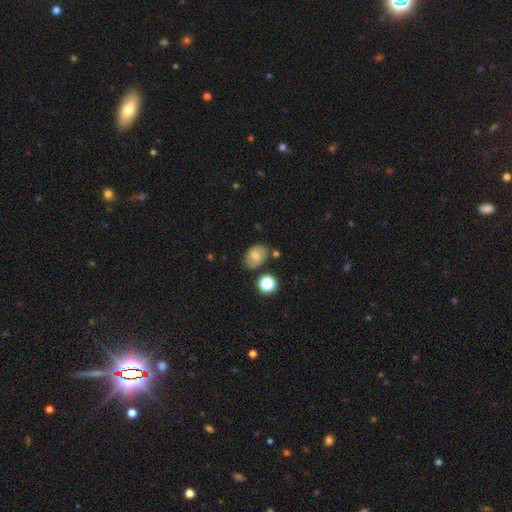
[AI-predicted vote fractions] A smooth galaxy with no disk features (61%) that is in between round and cigar-shaped (60%).

Vote fractions:
- Smooth or featured? smooth: 61% / featured or disk: 28% / star or artifact: 11%
- How rounded? in between: 60% / round: 39% / cigar-shaped: 1%
- Merging? none: 75% / minor disturbance: 15% / merger: 6% / major disturbance: 4%